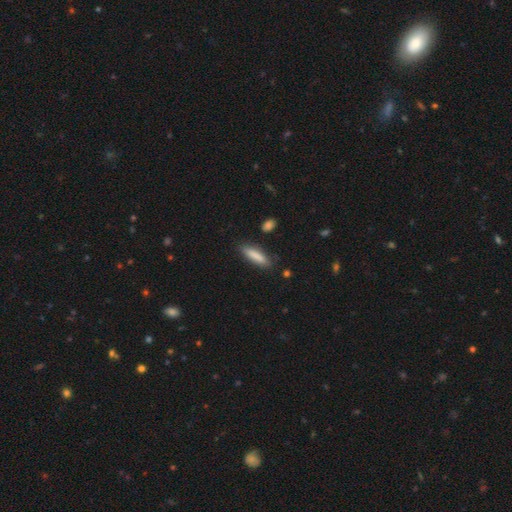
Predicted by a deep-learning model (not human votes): A smooth galaxy with no disk features (83%) that is cigar-shaped (73%). Merging: none (82%).